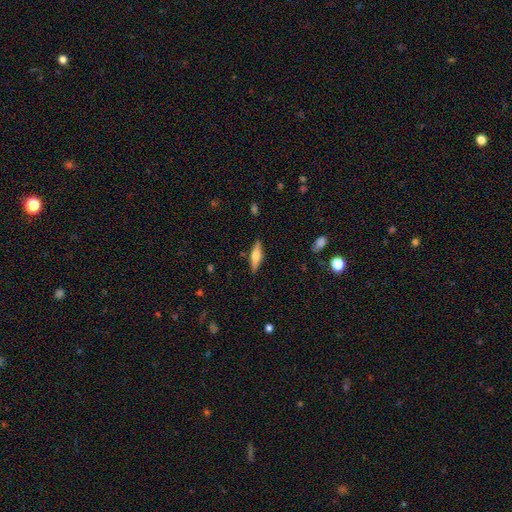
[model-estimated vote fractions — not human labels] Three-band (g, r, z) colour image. It shows a featured or disk galaxy (49%). Merging: none (88%).